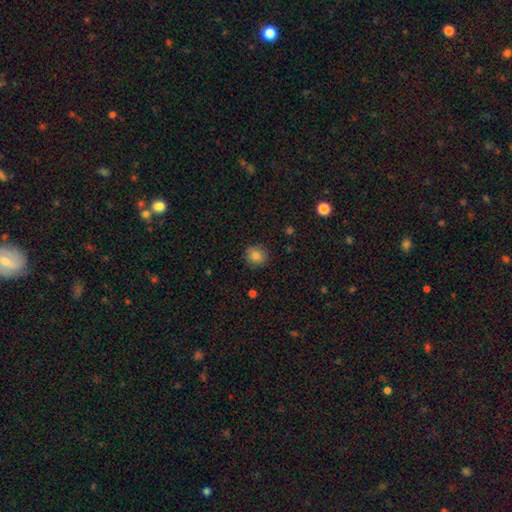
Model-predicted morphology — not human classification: Smooth or featured? smooth (83%)
How rounded? round (82%)
Merging? none (88%)